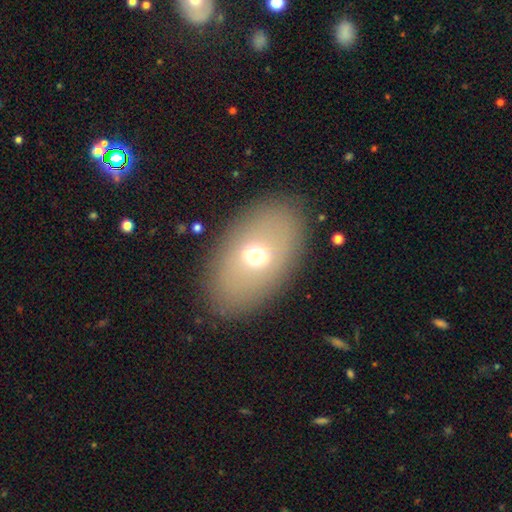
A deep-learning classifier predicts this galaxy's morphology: This is possibly a smooth galaxy (56%). How rounded: clearly in between (85%). Merging: clearly none (84%).